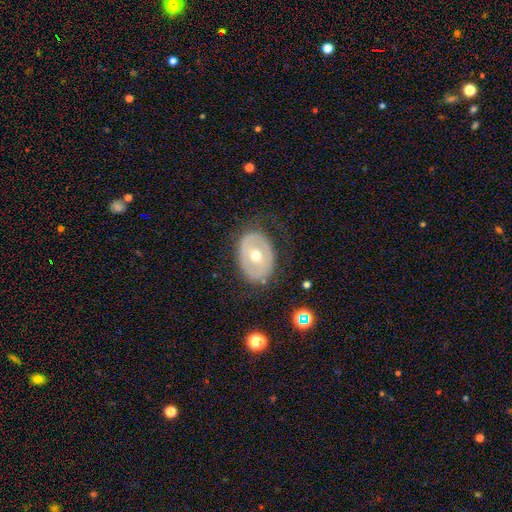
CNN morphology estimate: The model was most divided on "smooth or featured": featured or disk: 58%, smooth: 35%, star or artifact: 7%. More confident: edge-on disk — no (92%); spiral arms — no (78%); merging — none (73%); bar — no (67%); bulge size — moderate (61%).